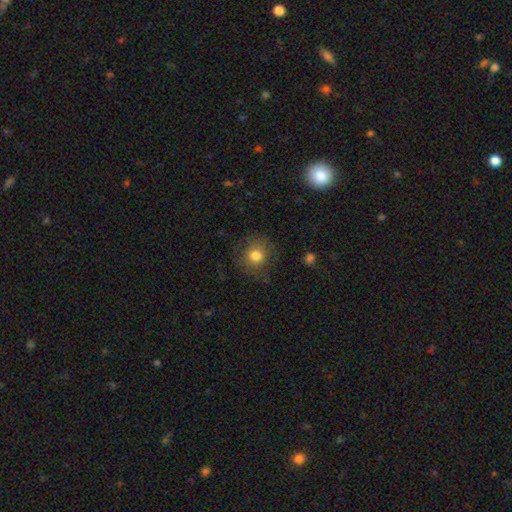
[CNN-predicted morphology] A smooth galaxy with no disk features (76%) that is round (88%).

Vote fractions:
- Smooth or featured? smooth: 76% / featured or disk: 13% / star or artifact: 11%
- How rounded? round: 88% / in between: 11% / cigar-shaped: 1%
- Merging? none: 76% / minor disturbance: 15% / major disturbance: 8% / merger: 1%